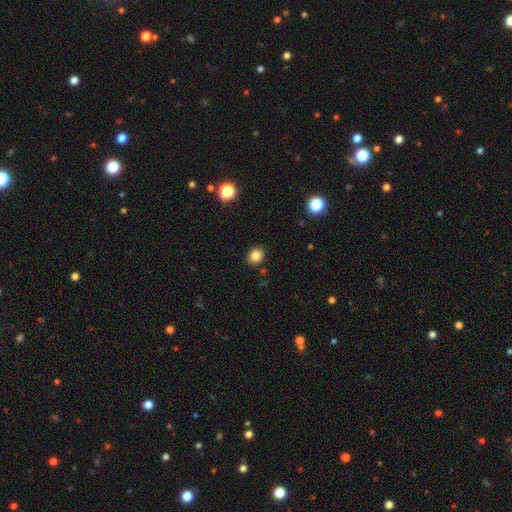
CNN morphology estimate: Smooth or featured? Predicted: smooth (p=0.83). How rounded? Predicted: round (p=0.65). Merging? Predicted: none (p=0.89).